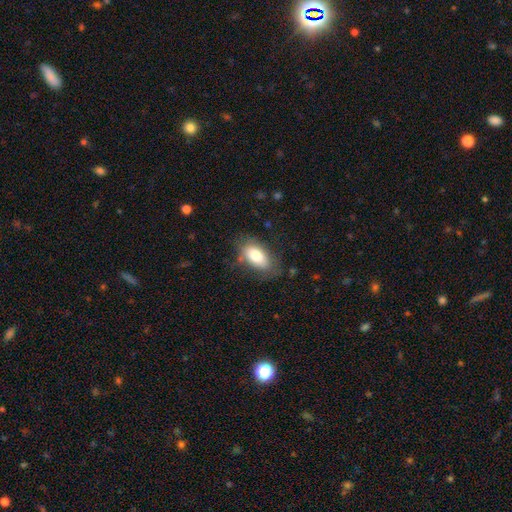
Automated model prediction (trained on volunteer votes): Smooth or featured? smooth (79%)
How rounded? in between (91%)
Merging? none (71%)